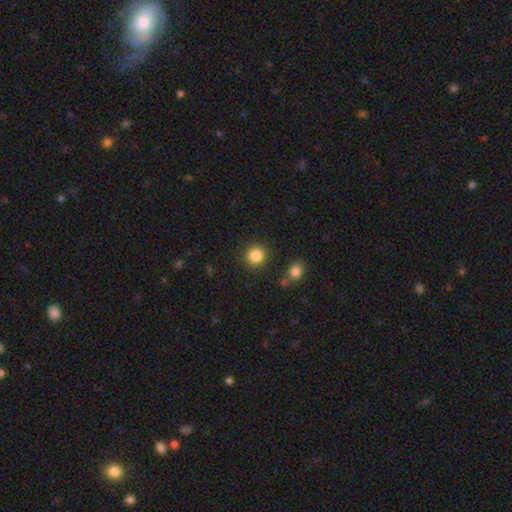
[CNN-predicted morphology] This appears to be a smooth galaxy with no disk features (86%) that is round (91%). Merging: none (87%).